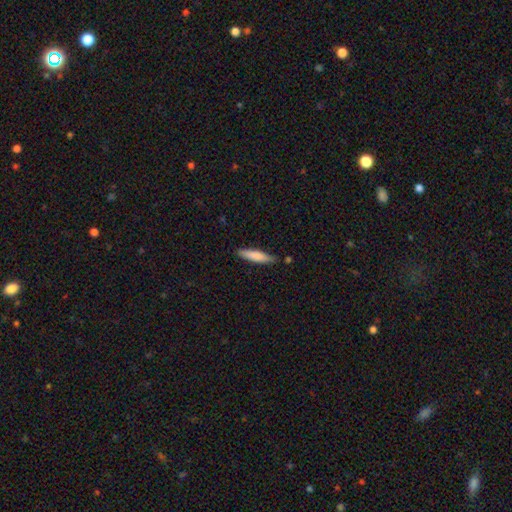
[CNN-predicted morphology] The model was most divided on "smooth or featured": smooth: 79%, featured or disk: 15%, star or artifact: 5%. More confident: how rounded — cigar-shaped (83%); merging — none (81%).